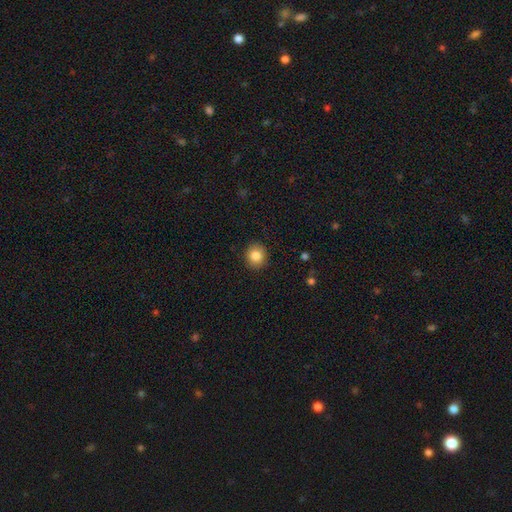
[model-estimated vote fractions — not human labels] Smooth or featured? Predicted: smooth (p=0.84). How rounded? Predicted: round (p=0.85). Merging? Predicted: none (p=0.91).